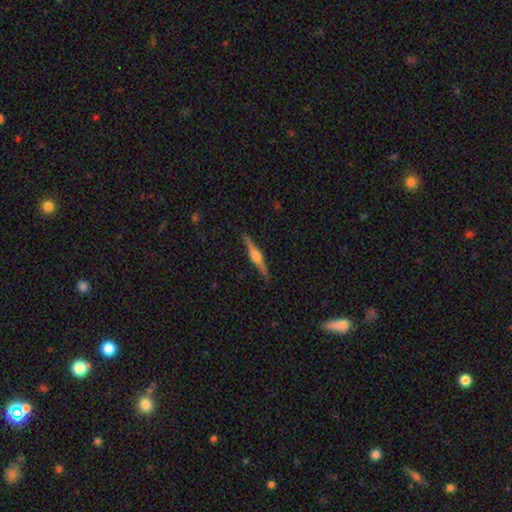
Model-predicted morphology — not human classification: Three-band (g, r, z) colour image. It shows a featured or disk galaxy (76%) viewed edge-on (98%) with a rounded central bulge (83%). Merging: none (90%).